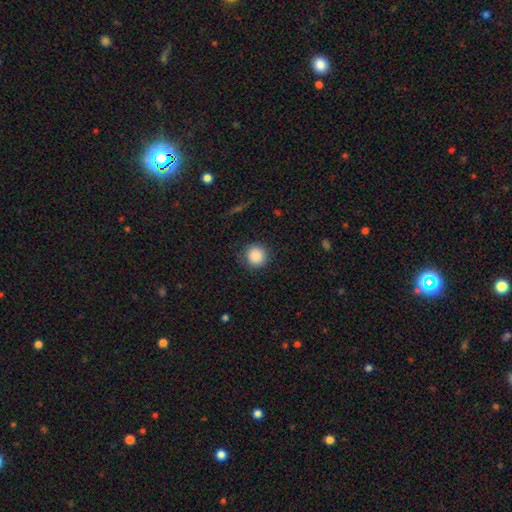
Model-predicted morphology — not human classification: Smooth or featured?
  - smooth: 88% *
  - star or artifact: 9%
  - featured or disk: 3%
How rounded?
  - round: 94% *
  - in between: 5%
  - cigar-shaped: 1%
Merging?
  - none: 87% *
  - minor disturbance: 9%
  - major disturbance: 3%
  - merger: 1%